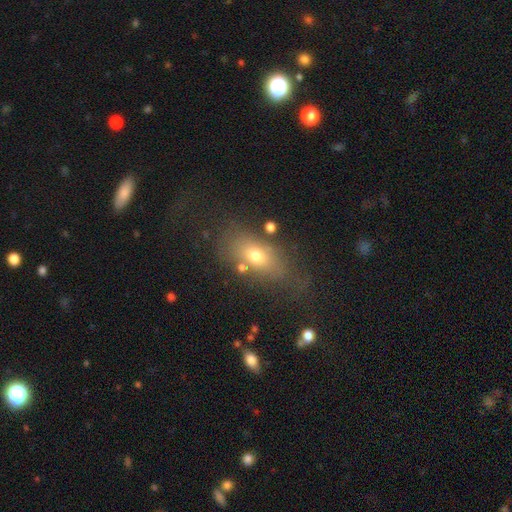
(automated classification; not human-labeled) Smooth or featured? Predicted: smooth (p=0.66). How rounded? Predicted: in between (p=0.78). Merging? Predicted: none (p=0.63).